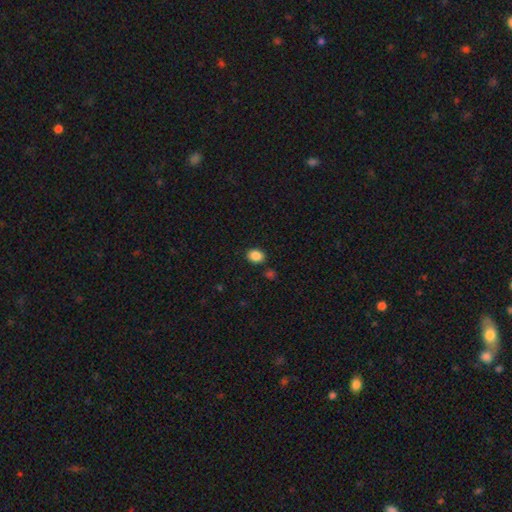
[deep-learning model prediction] This is clearly a smooth galaxy (87%). How rounded: likely in between (61%). Merging: clearly none (85%).